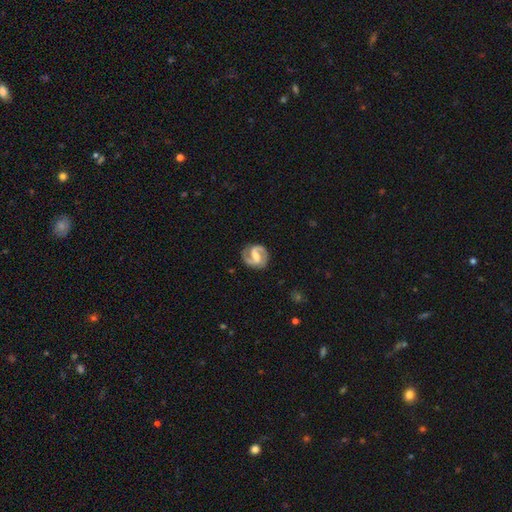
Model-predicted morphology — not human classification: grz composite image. It shows a featured or disk galaxy (90%) with a weak bar (45%), 2 (93%) medium (55%) spiral arms (97%) and a moderate central bulge (49%). Merging: none (84%).